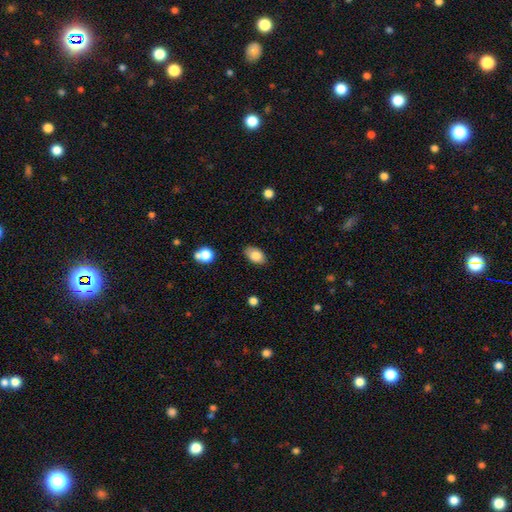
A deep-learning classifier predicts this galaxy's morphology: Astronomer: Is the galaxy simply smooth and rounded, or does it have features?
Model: smooth — 83%.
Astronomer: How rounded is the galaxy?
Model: in between — 90%.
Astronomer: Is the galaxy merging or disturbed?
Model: none — 83%.